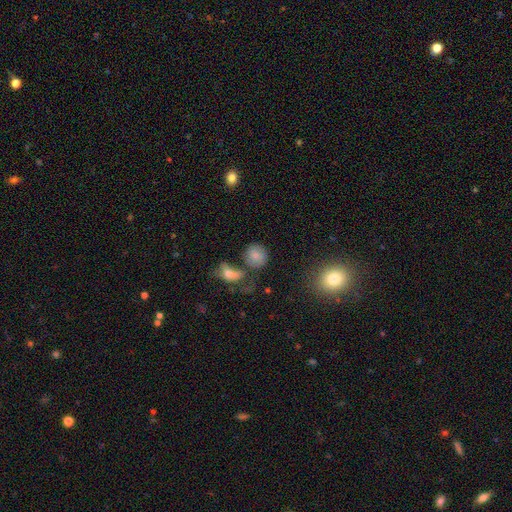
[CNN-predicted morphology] A smooth galaxy with no disk features (75%) that is round (78%). Merging: none (52%).